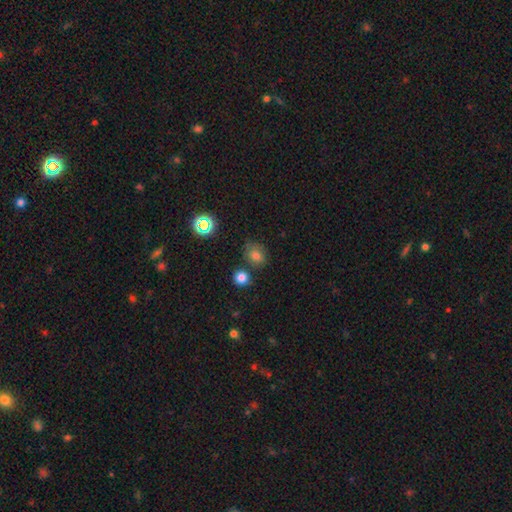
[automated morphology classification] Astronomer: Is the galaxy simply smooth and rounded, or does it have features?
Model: smooth — 71%.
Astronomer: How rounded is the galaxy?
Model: round — 61% (runner-up: in between, 38%).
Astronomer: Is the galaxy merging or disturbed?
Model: none — 70%.